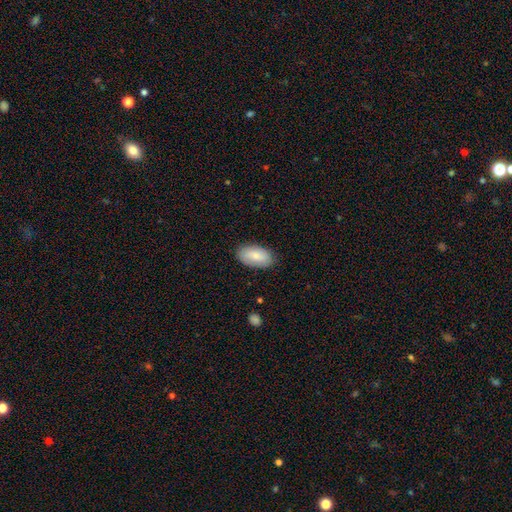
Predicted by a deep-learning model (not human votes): smooth-or-featured: smooth: 78% | featured or disk: 16% | star or artifact: 6%
  how-rounded: in between: 95% | round: 3% | cigar-shaped: 2%
  merging: none: 85% | minor disturbance: 12% | major disturbance: 2% | merger: 1%